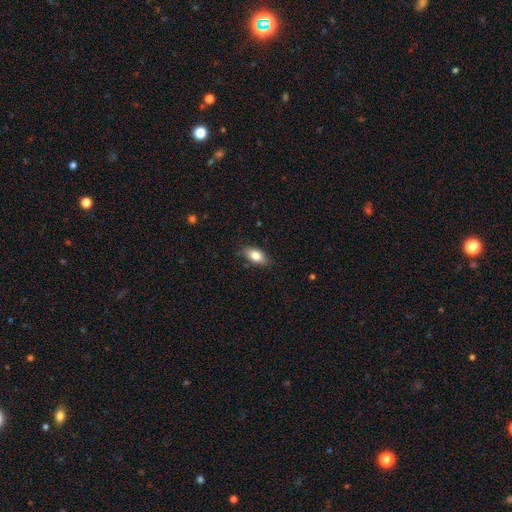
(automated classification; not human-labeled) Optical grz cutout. It shows a smooth galaxy with no disk features (81%) that is in between round and cigar-shaped (87%). Merging: none (82%).